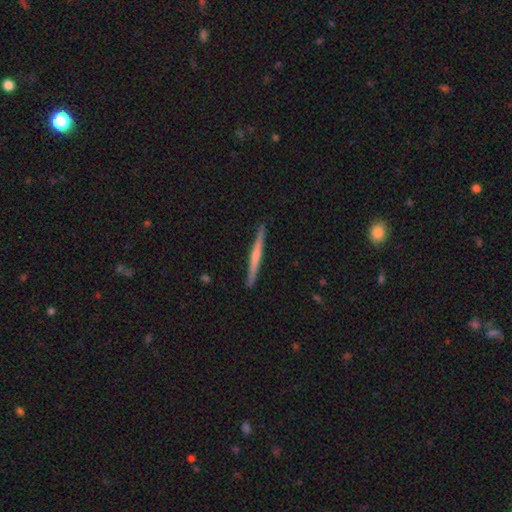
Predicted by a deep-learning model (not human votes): Smooth or featured?
  - featured or disk: 56% *
  - smooth: 39%
  - star or artifact: 5%
Edge-on disk?
  - yes: 98% *
  - no: 2%
Edge-on bulge?
  - none: 47% *
  - rounded: 43%
  - boxy: 9%
Merging?
  - none: 91% *
  - minor disturbance: 6%
  - major disturbance: 1%
  - merger: 1%